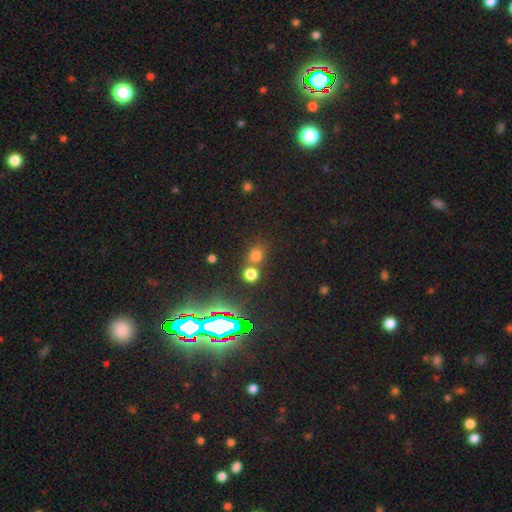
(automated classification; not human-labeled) Overall: smooth (63%; star or artifact 30%). How rounded: round (77%). Merging: none (63%; merger 25%).